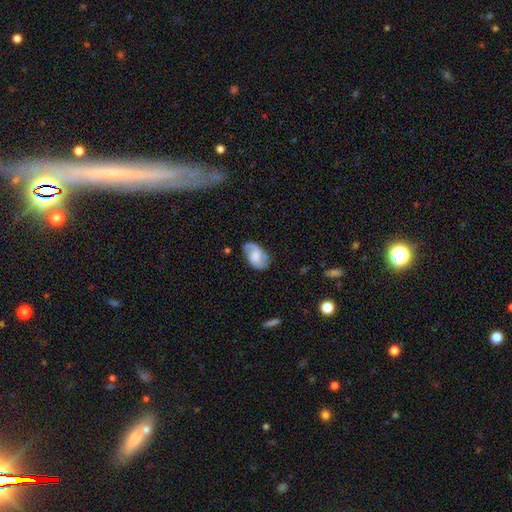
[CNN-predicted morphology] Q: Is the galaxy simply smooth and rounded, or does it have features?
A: featured or disk — 62%.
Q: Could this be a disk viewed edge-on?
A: no — 97%.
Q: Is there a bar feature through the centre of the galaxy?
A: no — 54%.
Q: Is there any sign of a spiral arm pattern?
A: yes — 91%.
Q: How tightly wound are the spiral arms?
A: medium — 45%.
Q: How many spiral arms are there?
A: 2 — 84%.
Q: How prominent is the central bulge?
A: moderate — 33%.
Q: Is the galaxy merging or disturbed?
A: none — 72%.